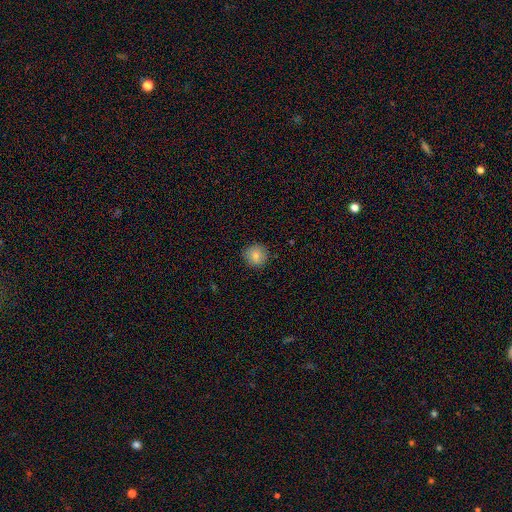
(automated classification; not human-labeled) Smooth or featured? smooth (82%)
How rounded? round (93%)
Merging? none (89%)